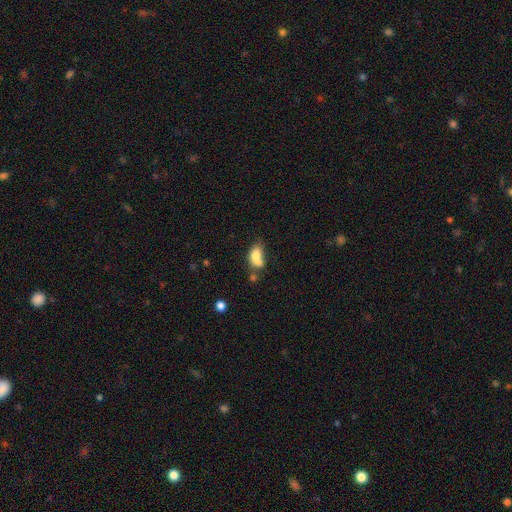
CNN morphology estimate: A smooth galaxy with no disk features (72%) that is in between round and cigar-shaped (79%). Merging: merger (49%).